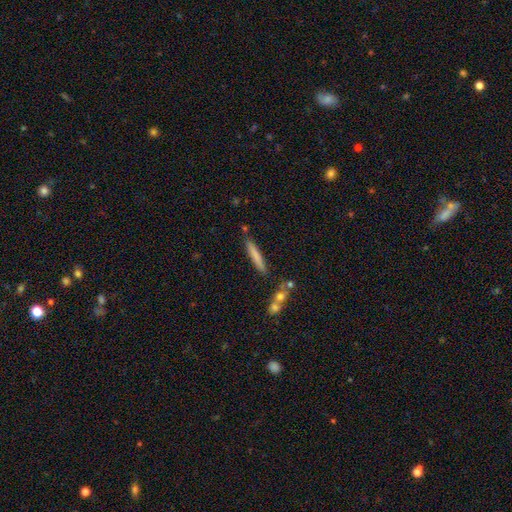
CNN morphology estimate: Smooth or featured: smooth — 73% (featured or disk — 21%)
How rounded: cigar-shaped — 93% (in between — 5%)
Merging: none — 81% (minor disturbance — 11%)